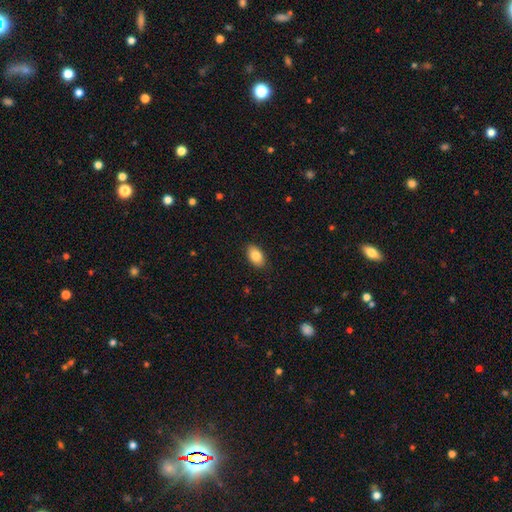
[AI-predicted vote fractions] Smooth or featured? Predicted: smooth (p=0.84). How rounded? Predicted: in between (p=0.92). Merging? Predicted: none (p=0.88).